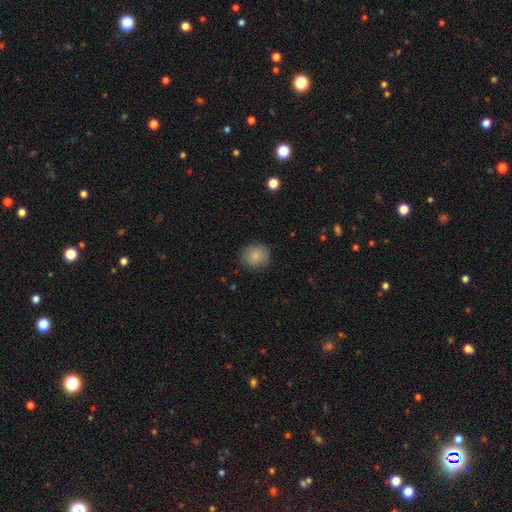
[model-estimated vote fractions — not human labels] This is clearly a smooth galaxy (85%). How rounded: likely round (80%). Merging: clearly none (85%).